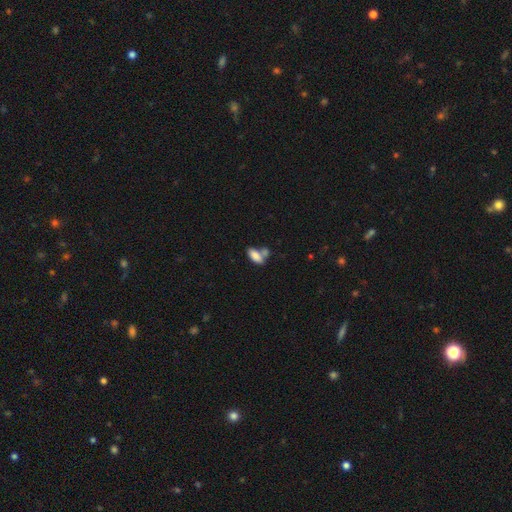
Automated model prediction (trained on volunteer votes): Smooth or featured? Predicted: smooth (p=0.82). How rounded? Predicted: in between (p=0.88). Merging? Predicted: merger (p=0.42).